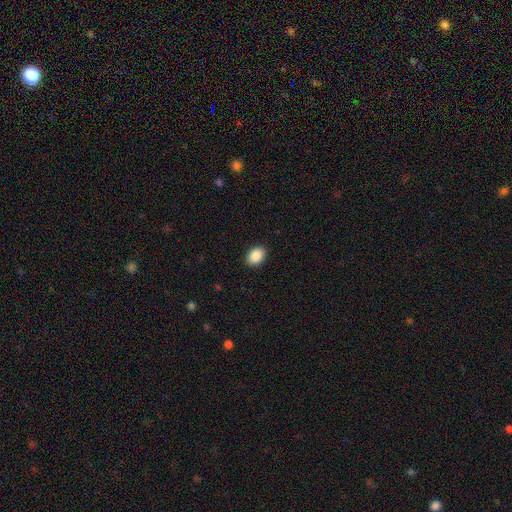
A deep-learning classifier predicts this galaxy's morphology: This appears to be a smooth galaxy with no disk features (89%) that is in between round and cigar-shaped (75%). Merging: none (90%).